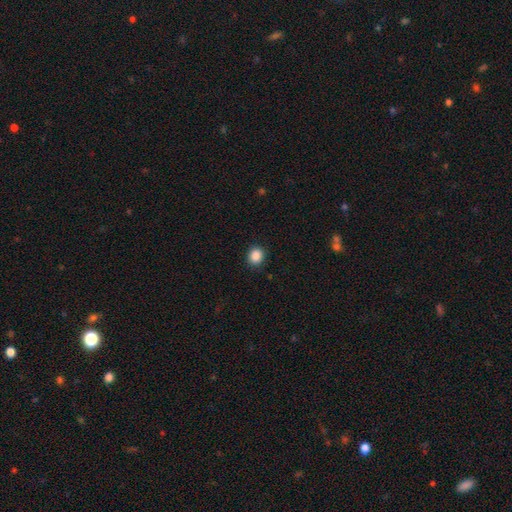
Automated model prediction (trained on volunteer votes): A smooth galaxy with no disk features (88%) that is round (73%).

Vote fractions:
- Smooth or featured? smooth: 88% / star or artifact: 10% / featured or disk: 3%
- How rounded? round: 73% / in between: 26% / cigar-shaped: 1%
- Merging? none: 90% / minor disturbance: 7% / major disturbance: 2% / merger: 1%